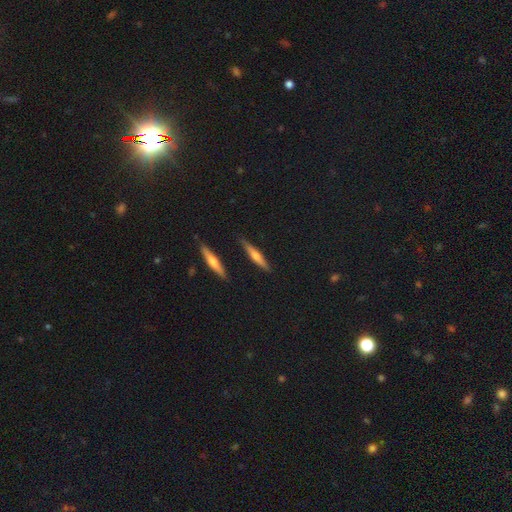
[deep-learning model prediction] featured or disk 51%, smooth 43%, star or artifact 7%. Down the decision tree: edge-on disk — yes (95%); merging — none (87%).